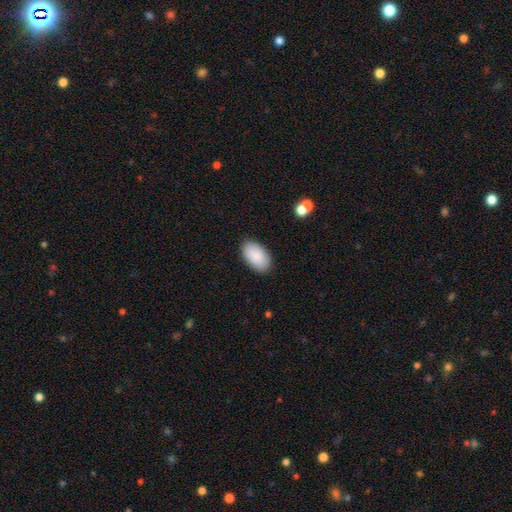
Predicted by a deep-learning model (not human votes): Overall: smooth (89%). How rounded: in between (95%). Merging: none (88%).